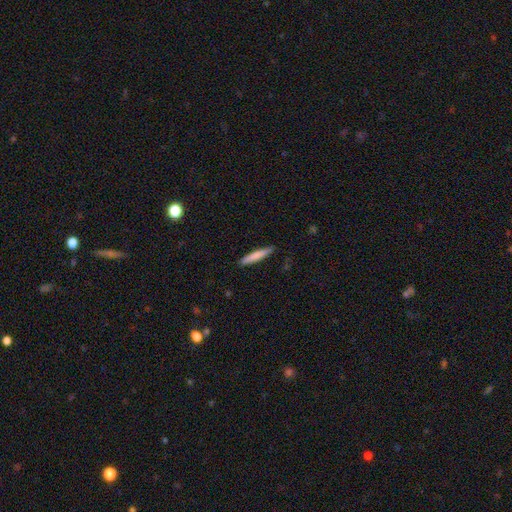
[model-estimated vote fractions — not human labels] Smooth or featured?
  - smooth: 78% *
  - featured or disk: 17%
  - star or artifact: 5%
How rounded?
  - cigar-shaped: 93% *
  - in between: 5%
  - round: 1%
Merging?
  - none: 88% *
  - minor disturbance: 9%
  - major disturbance: 2%
  - merger: 1%